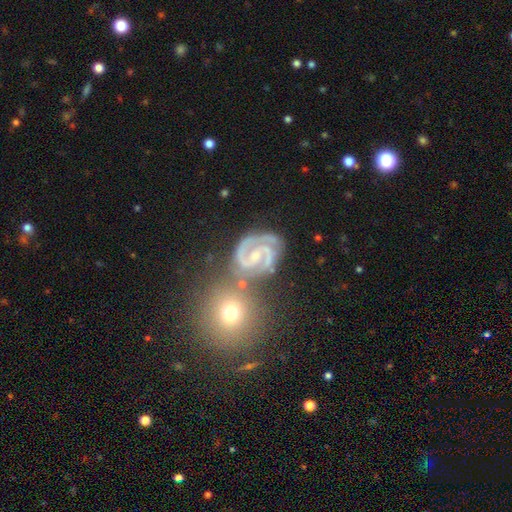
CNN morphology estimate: Smooth or featured? Predicted: featured or disk (p=0.90). Edge-on disk? Predicted: no (p=0.98). Bar? Predicted: weak (p=0.43). Spiral arms? Predicted: yes (p=0.98). Spiral winding? Predicted: tight (p=0.48). Spiral arm count? Predicted: 2 (p=0.81). Bulge size? Predicted: small (p=0.66). Merging? Predicted: none (p=0.62).